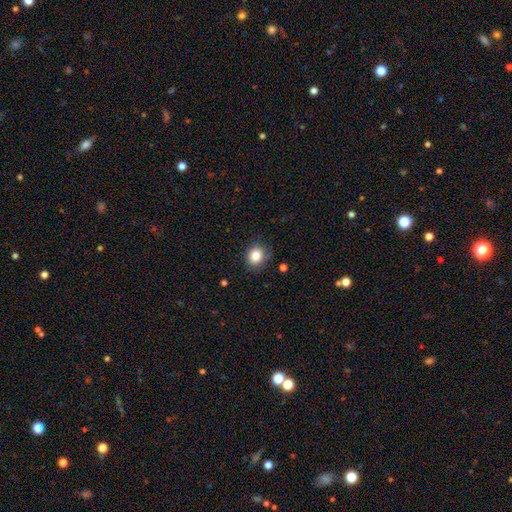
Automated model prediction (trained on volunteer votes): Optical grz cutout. It shows a smooth galaxy with no disk features (85%) that is round (69%). Merging: none (81%).